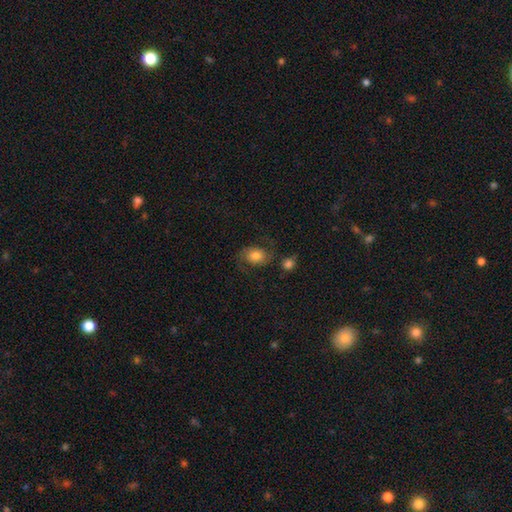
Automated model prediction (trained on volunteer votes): A smooth galaxy with no disk features (50%). Merging: none (62%).